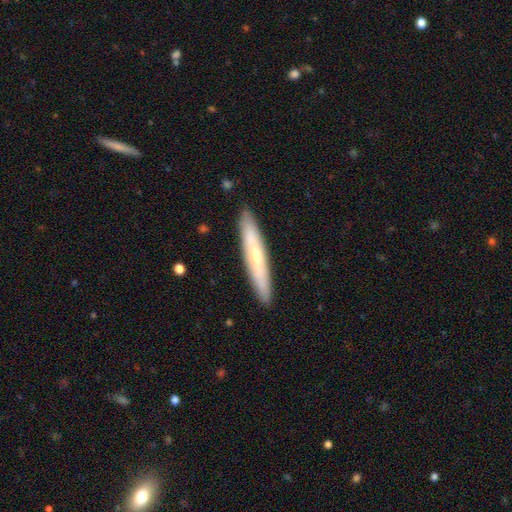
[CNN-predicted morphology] The model was most divided on "smooth or featured": smooth: 50%, featured or disk: 45%, star or artifact: 6%. More confident: merging — none (91%).